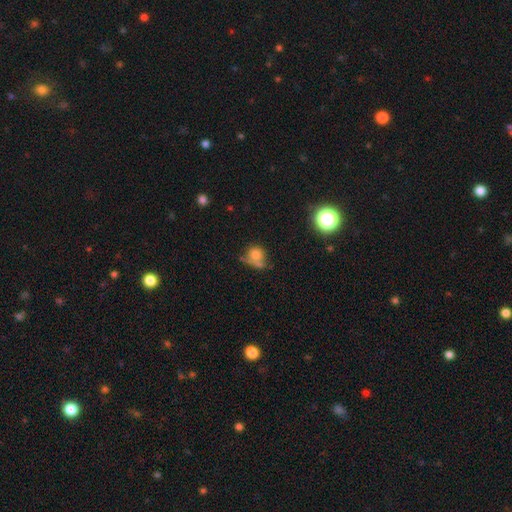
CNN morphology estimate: A smooth galaxy with no disk features (72%) that is round (77%).

Vote fractions:
- Smooth or featured? smooth: 72% / featured or disk: 15% / star or artifact: 13%
- How rounded? round: 77% / in between: 21% / cigar-shaped: 2%
- Merging? none: 44% / merger: 23% / minor disturbance: 20% / major disturbance: 14%